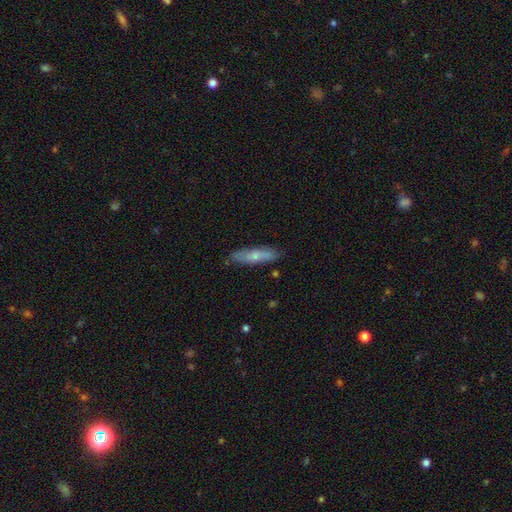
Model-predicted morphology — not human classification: smooth-or-featured: smooth: 61% | featured or disk: 33% | star or artifact: 6%
  how-rounded: cigar-shaped: 76% | in between: 22% | round: 2%
  merging: none: 82% | minor disturbance: 14% | major disturbance: 2% | merger: 2%